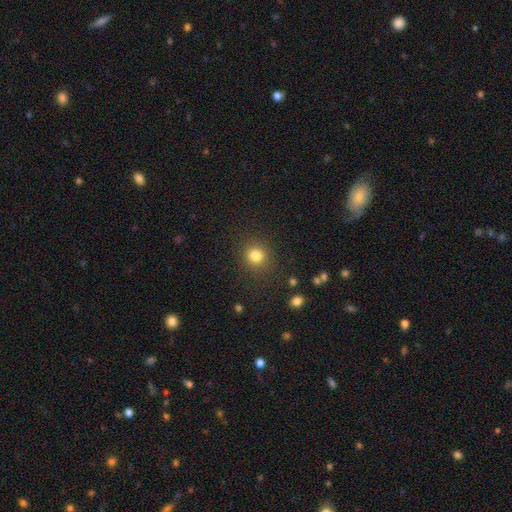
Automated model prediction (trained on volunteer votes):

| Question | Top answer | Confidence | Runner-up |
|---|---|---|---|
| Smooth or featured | smooth | 82% | star or artifact (12%) |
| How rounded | round | 89% | in between (10%) |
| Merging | none | 86% | minor disturbance (8%) |